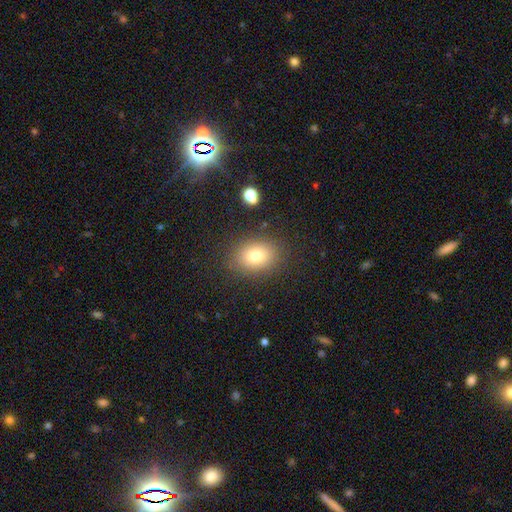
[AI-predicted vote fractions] This is likely a smooth galaxy (77%). How rounded: likely in between (61%). Merging: clearly none (84%).